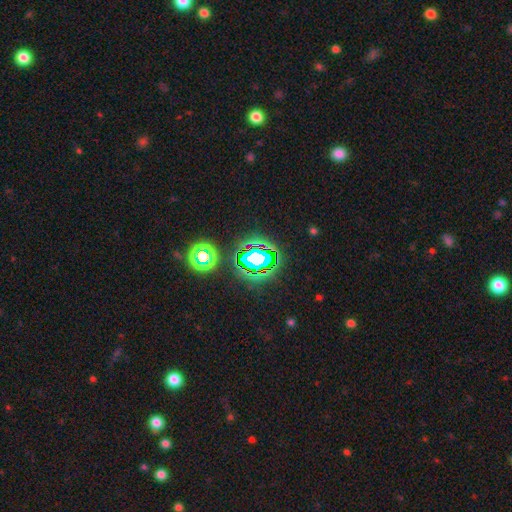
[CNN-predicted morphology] The model was most divided on "smooth or featured": star or artifact: 76%, smooth: 15%, featured or disk: 9%.